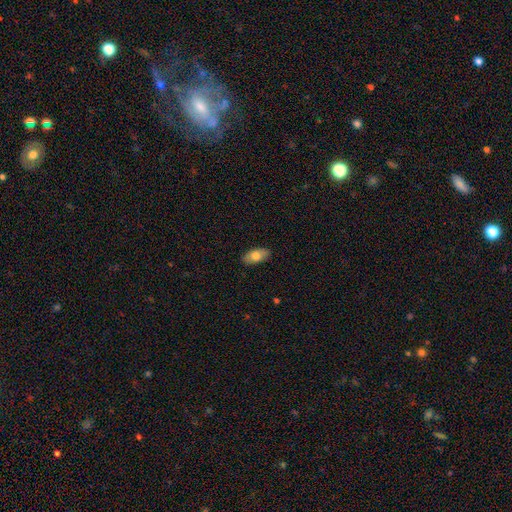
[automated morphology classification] Q: Smooth or featured?
A: smooth (73%); runner-up: featured or disk (20%)
Q: How rounded?
A: in between (91%); runner-up: cigar-shaped (6%)
Q: Merging?
A: none (86%); runner-up: minor disturbance (11%)